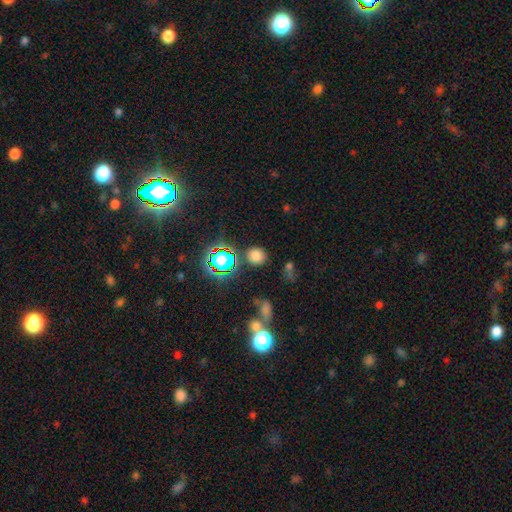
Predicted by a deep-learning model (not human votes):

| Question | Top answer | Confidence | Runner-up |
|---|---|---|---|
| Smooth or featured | smooth | 70% | star or artifact (23%) |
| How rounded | round | 83% | in between (15%) |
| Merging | none | 80% | minor disturbance (10%) |